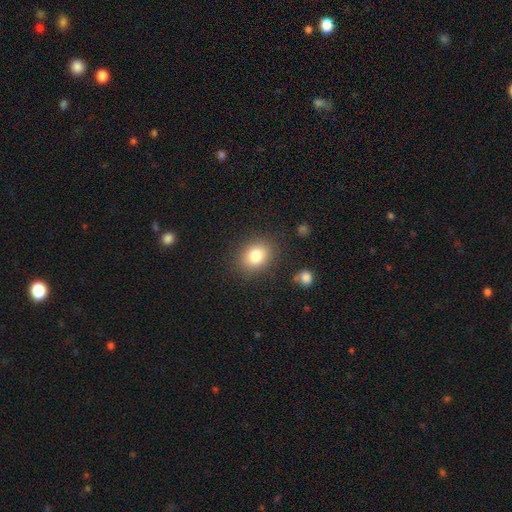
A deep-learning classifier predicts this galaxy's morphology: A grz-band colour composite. It shows a smooth galaxy with no disk features (81%) that is in between round and cigar-shaped (51%). Merging: none (85%).